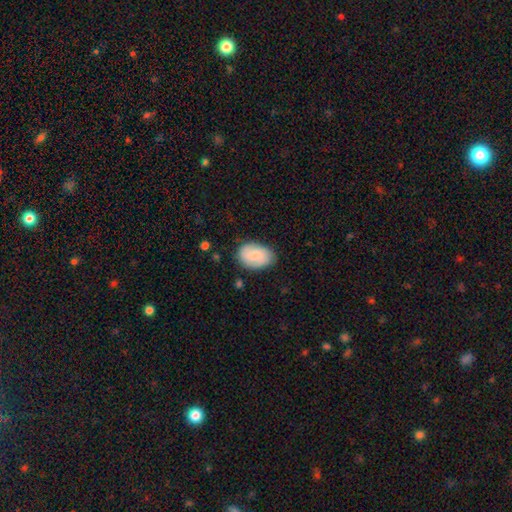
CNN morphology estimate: Smooth or featured?
  - smooth: 71% *
  - featured or disk: 23%
  - star or artifact: 6%
How rounded?
  - in between: 86% *
  - round: 13%
  - cigar-shaped: 1%
Merging?
  - none: 76% *
  - minor disturbance: 18%
  - major disturbance: 4%
  - merger: 2%